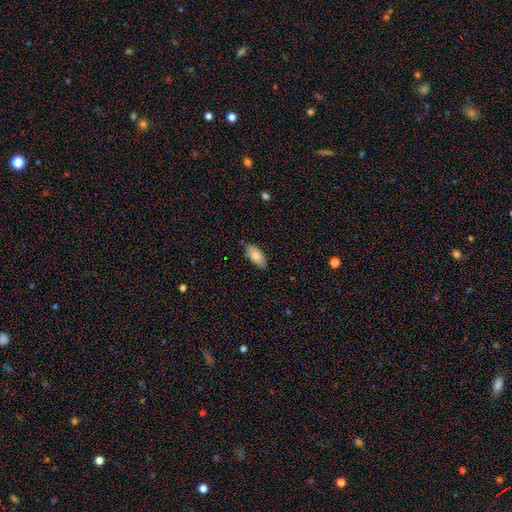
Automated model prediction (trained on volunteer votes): Morphology: type=smooth (82%); roundness=in between (90%); merging=none (83%).